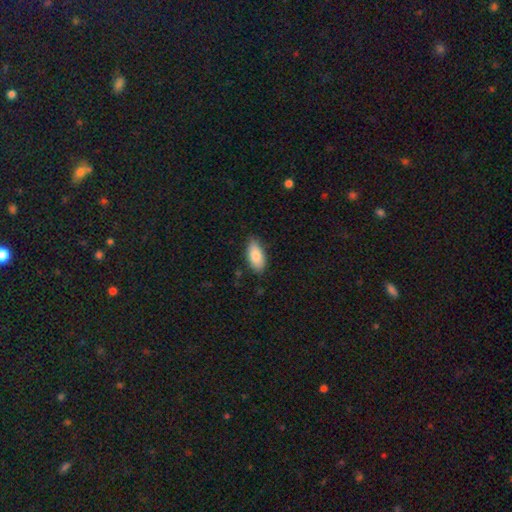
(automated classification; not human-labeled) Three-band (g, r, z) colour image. It shows a smooth galaxy with no disk features (84%) that is in between round and cigar-shaped (89%). Merging: none (78%).